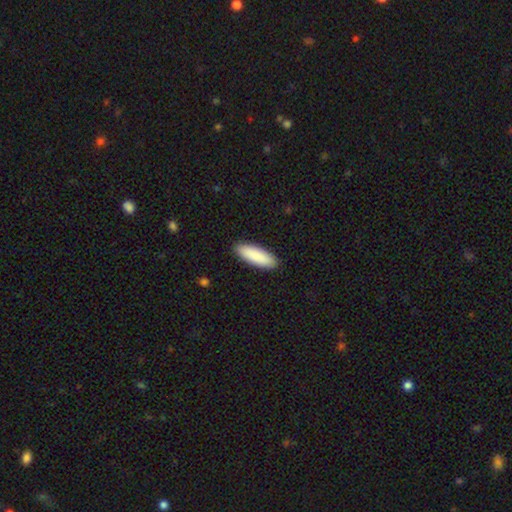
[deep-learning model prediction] smooth 89%, featured or disk 5%, star or artifact 5%. Down the decision tree: how rounded — in between (56%); merging — none (91%).